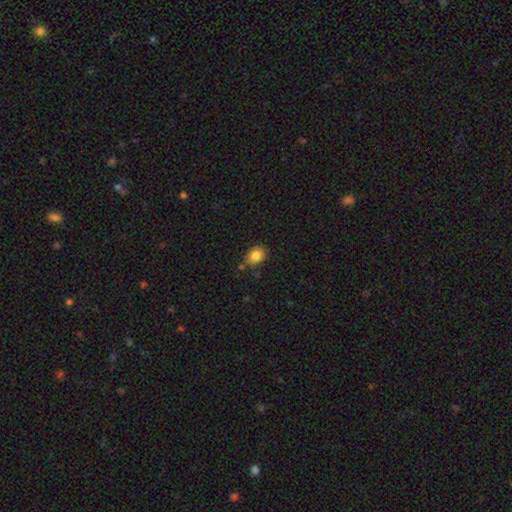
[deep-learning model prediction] A smooth galaxy with no disk features (84%) that is in between round and cigar-shaped (52%). Merging: none (76%).